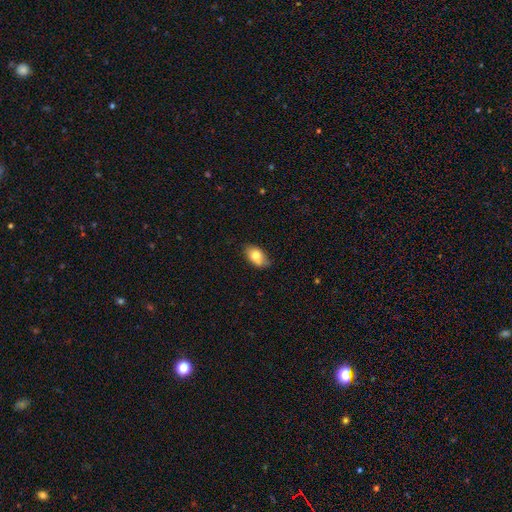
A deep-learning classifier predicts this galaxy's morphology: smooth 78%, featured or disk 14%, star or artifact 8%. Down the decision tree: how rounded — in between (89%); merging — none (72%).